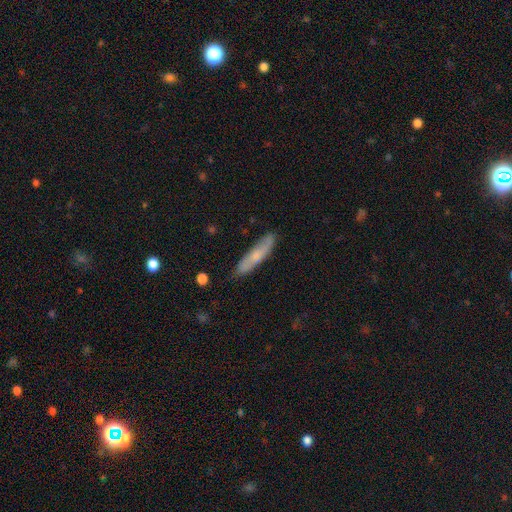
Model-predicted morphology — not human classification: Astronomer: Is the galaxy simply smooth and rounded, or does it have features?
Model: smooth — 58% (runner-up: featured or disk, 35%).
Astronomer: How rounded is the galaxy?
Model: cigar-shaped — 83%.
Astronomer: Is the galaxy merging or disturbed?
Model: none — 83%.